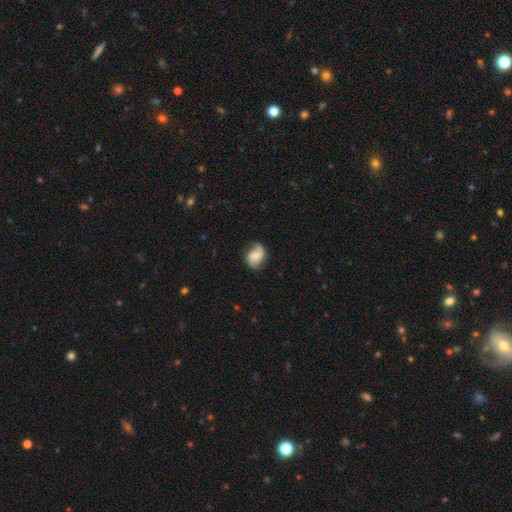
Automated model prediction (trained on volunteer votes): smooth-or-featured: featured or disk: 55% | smooth: 38% | star or artifact: 7%
  disk-edge-on: no: 97% | yes: 3%
    bar: no: 61% | weak: 33% | strong: 7%
    has-spiral-arms: yes: 89% | no: 11%
    bulge-size: moderate: 44% (tied) | small: 44% (tied) | none: 7% | large: 4% | dominant: 1%
  merging: none: 58% | minor disturbance: 28% | major disturbance: 12% | merger: 2%